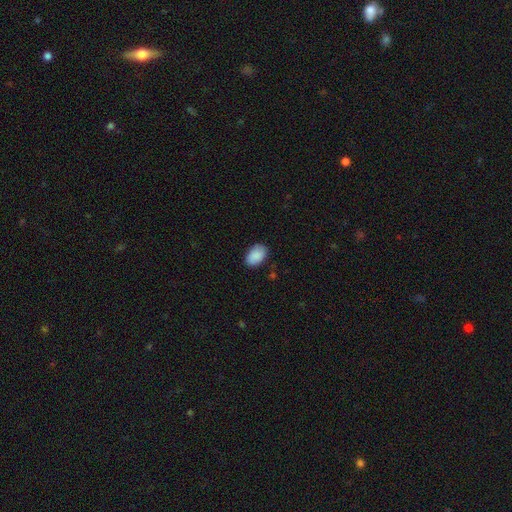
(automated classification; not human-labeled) smooth_or_featured: smooth (p=0.90) [alt: star or artifact p=0.06]
how_rounded: in between (p=0.91) [alt: round p=0.08]
merging: none (p=0.84) [alt: minor disturbance p=0.12]